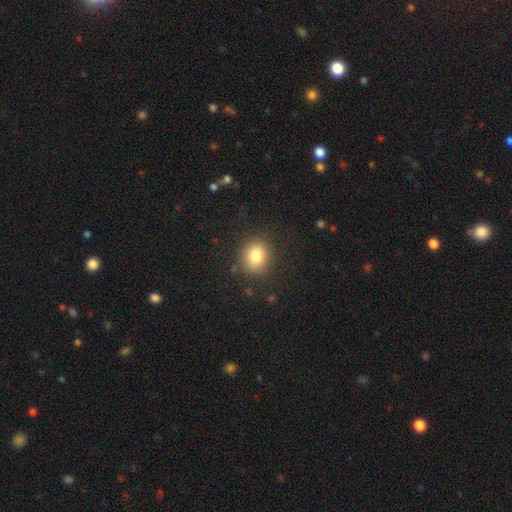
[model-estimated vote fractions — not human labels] Overall: smooth (81%). How rounded: round (64%; in between 35%). Merging: none (84%).